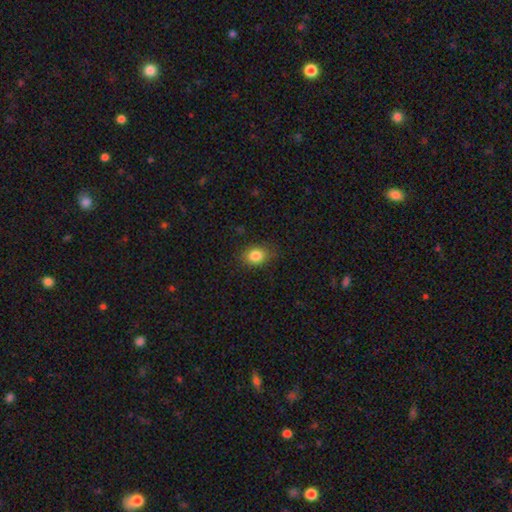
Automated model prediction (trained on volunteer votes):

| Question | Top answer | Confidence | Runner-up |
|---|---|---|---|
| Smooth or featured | smooth | 84% | star or artifact (10%) |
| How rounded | in between | 56% | round (43%) |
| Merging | none | 81% | minor disturbance (14%) |